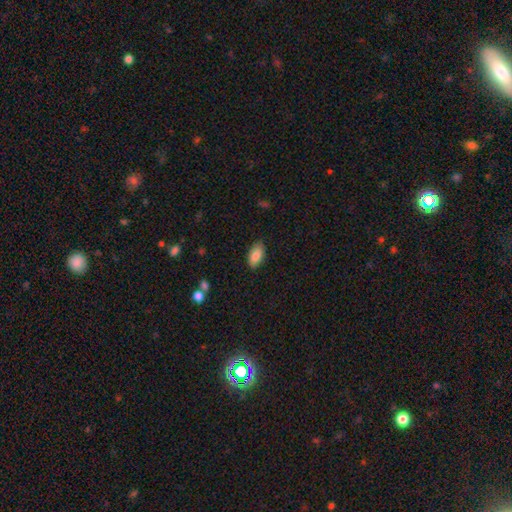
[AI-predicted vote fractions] smooth-or-featured: smooth: 85% | featured or disk: 8% | star or artifact: 7%
  how-rounded: in between: 92% | cigar-shaped: 5% | round: 3%
  merging: none: 84% | minor disturbance: 12% | major disturbance: 2% | merger: 1%